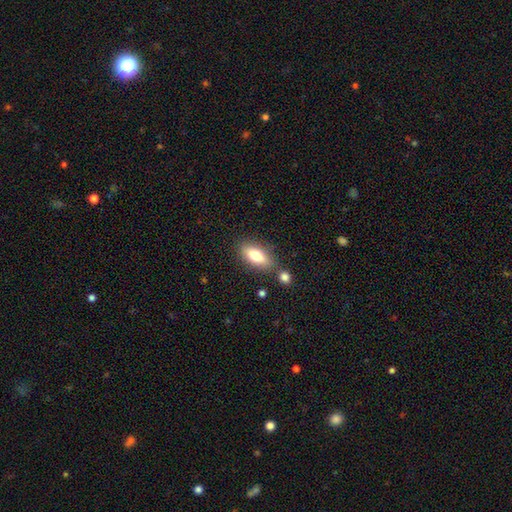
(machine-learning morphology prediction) type=smooth (75%); roundness=in between (79%); merging=none (75%).